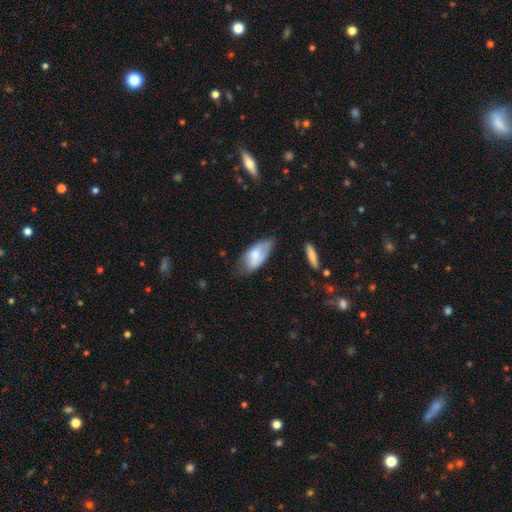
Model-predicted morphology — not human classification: Smooth or featured: smooth — 69% (featured or disk — 24%)
How rounded: in between — 91% (cigar-shaped — 6%)
Merging: none — 47% (minor disturbance — 38%)